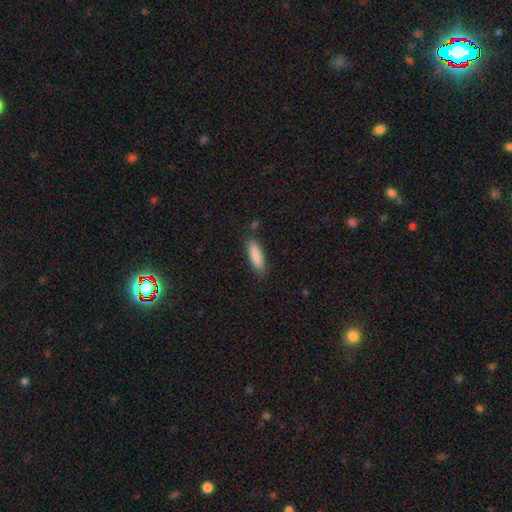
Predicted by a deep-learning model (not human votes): A smooth galaxy with no disk features (87%) that is cigar-shaped (52%). Merging: none (84%).